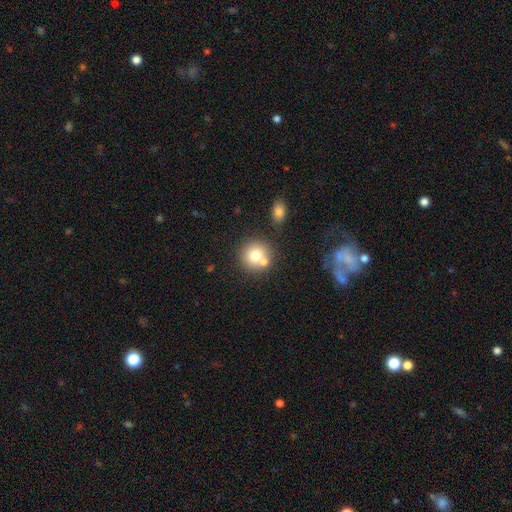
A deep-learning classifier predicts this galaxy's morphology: A smooth galaxy with no disk features (73%) that is round (91%). Merging: none (61%).